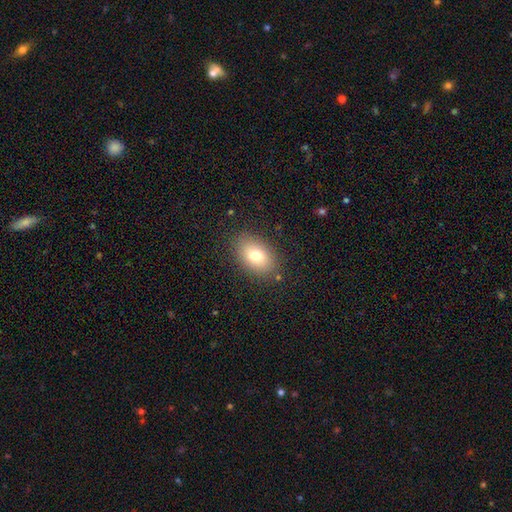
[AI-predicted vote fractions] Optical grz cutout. It shows a smooth galaxy with no disk features (75%) that is in between round and cigar-shaped (84%). Merging: none (85%).